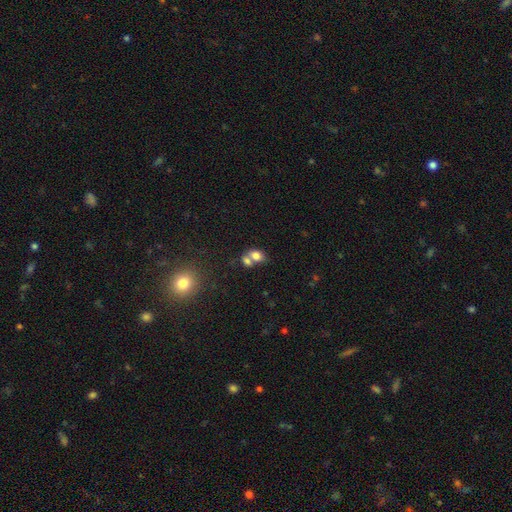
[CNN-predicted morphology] The model was most divided on "merging": merger: 57%, none: 30%, minor disturbance: 9%, major disturbance: 4%. More confident: how rounded — in between (76%); smooth or featured — smooth (75%).